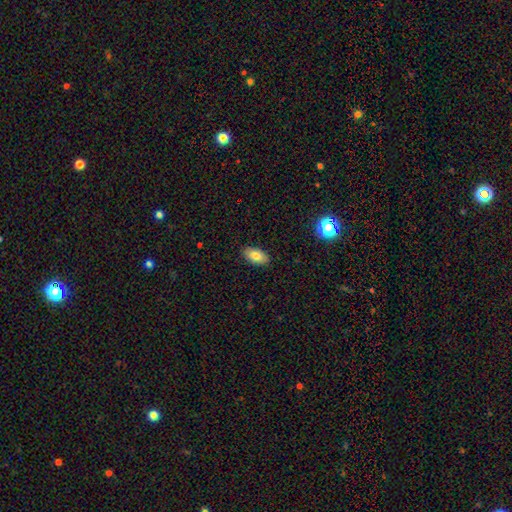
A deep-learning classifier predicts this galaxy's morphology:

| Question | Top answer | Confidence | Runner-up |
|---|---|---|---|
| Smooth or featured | smooth | 80% | featured or disk (12%) |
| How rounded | in between | 93% | round (4%) |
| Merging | none | 89% | minor disturbance (9%) |